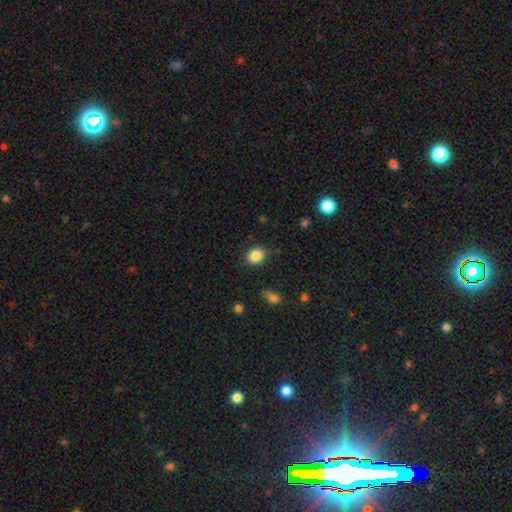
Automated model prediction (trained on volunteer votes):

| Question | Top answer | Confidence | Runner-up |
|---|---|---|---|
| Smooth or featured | smooth | 85% | star or artifact (10%) |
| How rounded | round | 77% | in between (22%) |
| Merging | none | 85% | minor disturbance (10%) |